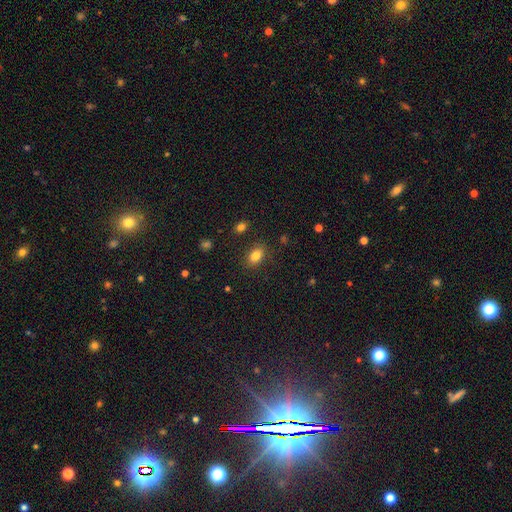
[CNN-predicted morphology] smooth 83%, star or artifact 10%, featured or disk 7%. Down the decision tree: how rounded — in between (82%); merging — none (85%).